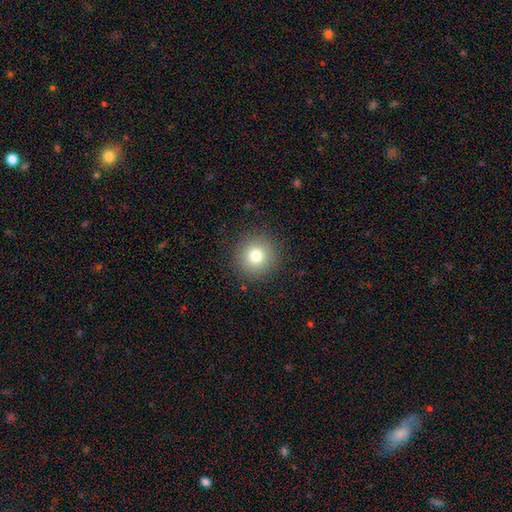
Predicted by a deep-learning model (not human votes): This is likely a smooth galaxy (79%). How rounded: clearly round (95%). Merging: clearly none (90%).